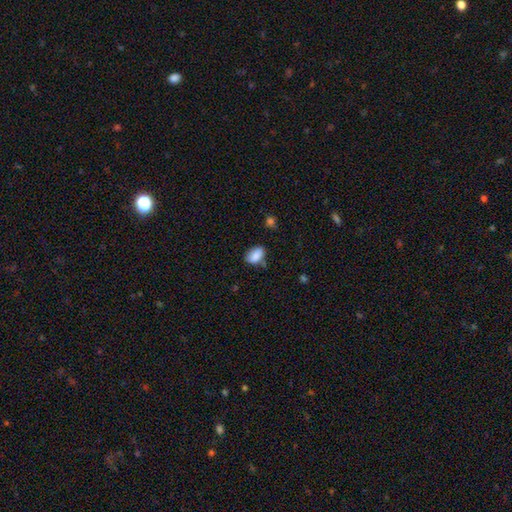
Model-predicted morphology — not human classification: smooth 85%, star or artifact 8%, featured or disk 6%. Down the decision tree: how rounded — in between (85%); merging — none (65%).